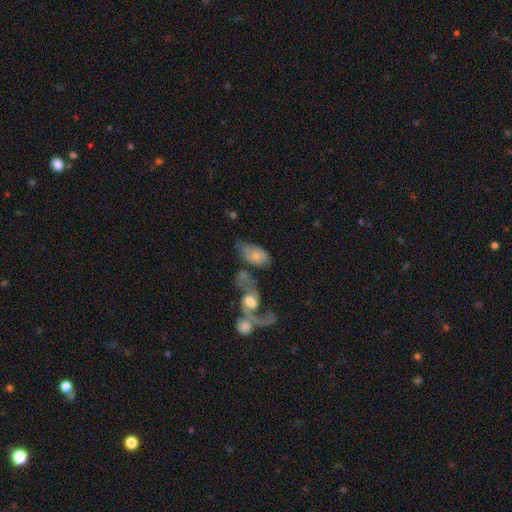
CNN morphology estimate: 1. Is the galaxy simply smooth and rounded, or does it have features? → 55% smooth, 38% featured or disk, 8% star or artifact.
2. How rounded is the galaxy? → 91% in between, 6% round, 3% cigar-shaped.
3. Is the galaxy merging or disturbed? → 37% merger, 29% none, 19% minor disturbance, 15% major disturbance.